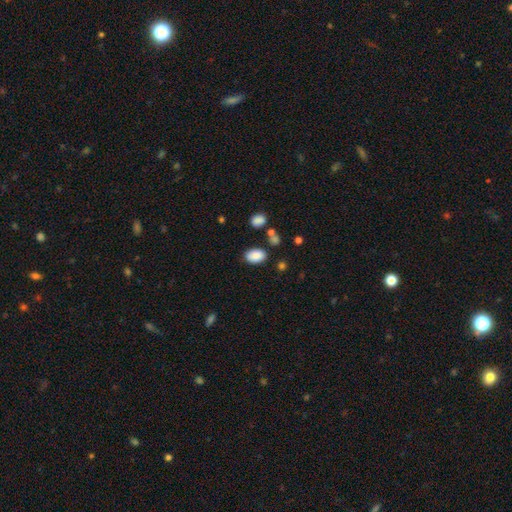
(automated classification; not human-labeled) Q: Smooth or featured?
A: smooth (88%); runner-up: star or artifact (8%)
Q: How rounded?
A: in between (88%); runner-up: round (11%)
Q: Merging?
A: none (79%); runner-up: minor disturbance (12%)